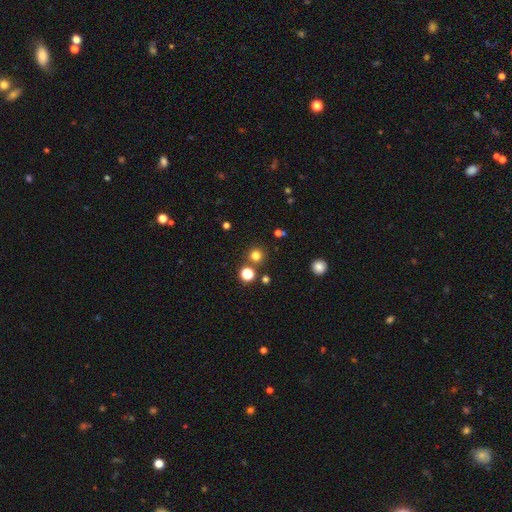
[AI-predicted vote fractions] Morphology: type=smooth (76%); roundness=round (93%); merging=none (84%).